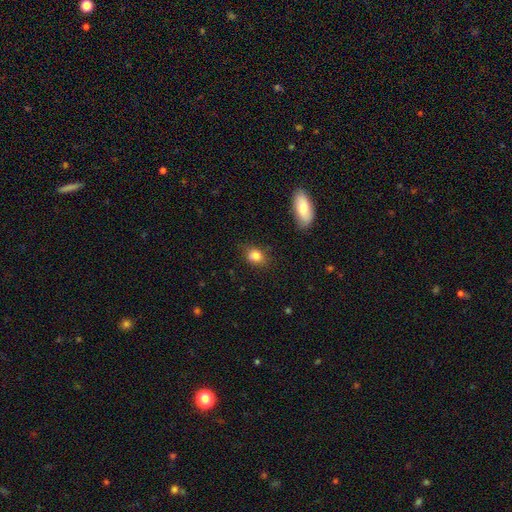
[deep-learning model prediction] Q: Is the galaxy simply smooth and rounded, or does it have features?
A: smooth — 83%.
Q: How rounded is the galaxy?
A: in between — 53%.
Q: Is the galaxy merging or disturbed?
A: none — 75%.